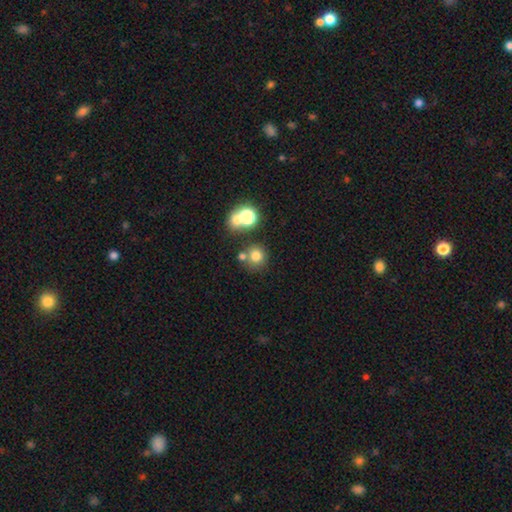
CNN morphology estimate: Smooth or featured? smooth (75%)
How rounded? round (89%)
Merging? none (65%)